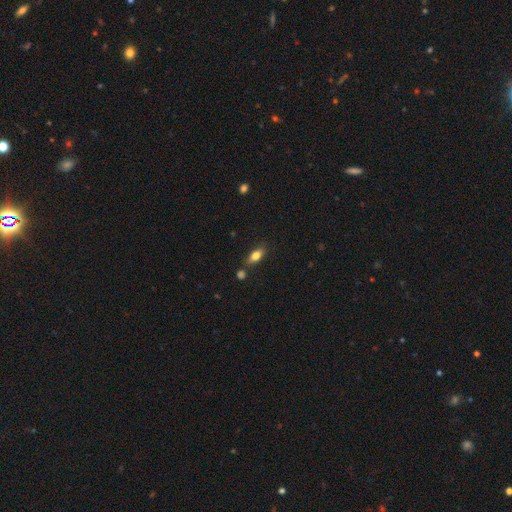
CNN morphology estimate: smooth-or-featured: smooth: 78% | featured or disk: 13% | star or artifact: 8%
  how-rounded: in between: 82% | cigar-shaped: 13% | round: 5%
  merging: none: 75% | minor disturbance: 14% | merger: 8% | major disturbance: 3%